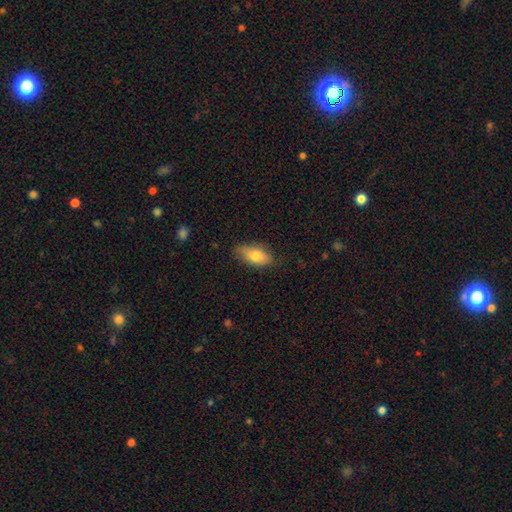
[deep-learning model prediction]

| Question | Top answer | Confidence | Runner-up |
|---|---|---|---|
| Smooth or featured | smooth | 77% | featured or disk (16%) |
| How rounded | in between | 89% | cigar-shaped (7%) |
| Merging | none | 77% | minor disturbance (19%) |